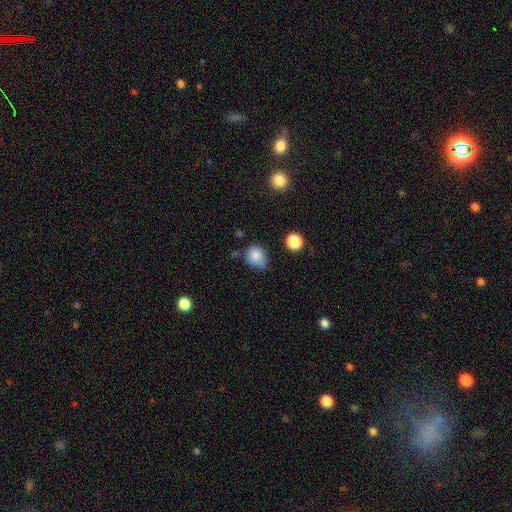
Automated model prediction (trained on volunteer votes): Overall: smooth (83%). How rounded: round (65%; in between 34%). Merging: none (51%; minor disturbance 35%).